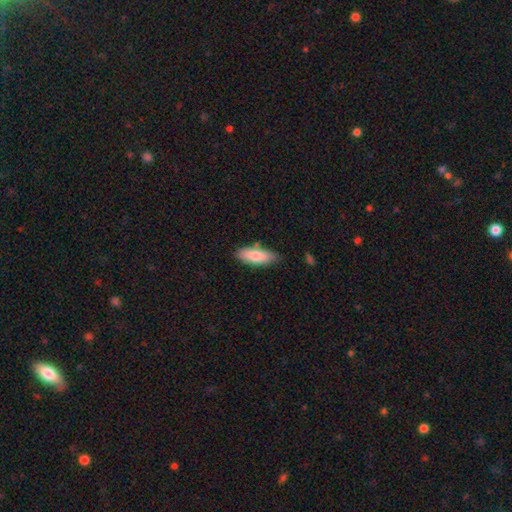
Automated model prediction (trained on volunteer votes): Q: Smooth or featured?
A: smooth (81%); runner-up: featured or disk (13%)
Q: How rounded?
A: in between (66%); runner-up: cigar-shaped (32%)
Q: Merging?
A: none (77%); runner-up: minor disturbance (17%)